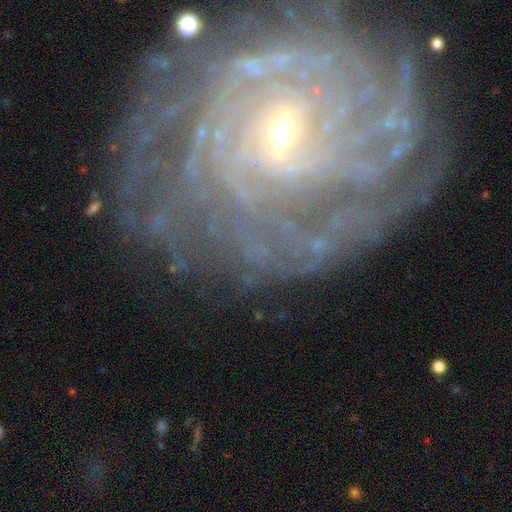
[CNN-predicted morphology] Overall: featured or disk (72%). Edge-on disk: no (92%). Bar: no (34%; weak 33%). Spiral arms: yes (86%). Spiral arm count: can't tell (35%; 2 19%). Spiral winding: tight (65%). Bulge size: small (49%; moderate 38%). Merging: none (65%).